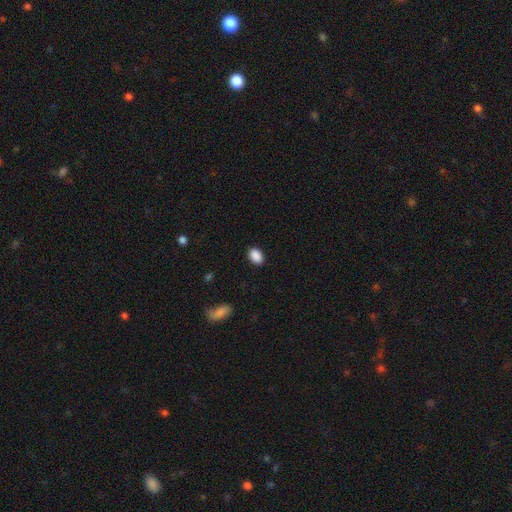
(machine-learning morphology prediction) Smooth or featured? smooth (90%)
How rounded? in between (85%)
Merging? none (88%)